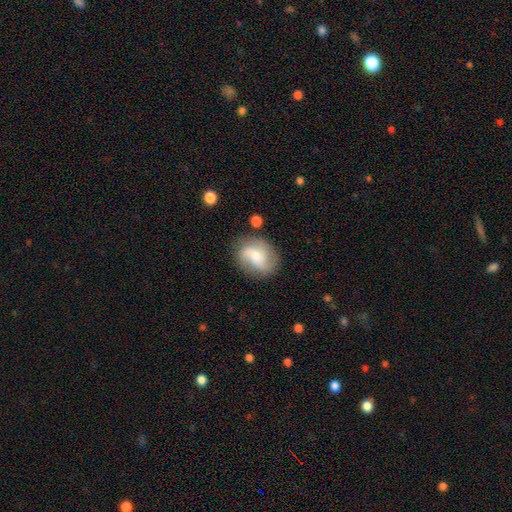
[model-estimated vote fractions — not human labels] A featured or disk galaxy (59%) with no bar (53%), 2 (49%) medium (44%) spiral arms (90%) and a small central bulge (47%).

Vote fractions:
- Smooth or featured? featured or disk: 59% / smooth: 33% / star or artifact: 8%
- Edge-on disk? no: 97% / yes: 3%
- Bar? no: 53% / weak: 38% / strong: 9%
- Spiral arms? yes: 90% / no: 10%
- Spiral winding? medium: 44% / loose: 36% / tight: 21%
- Spiral arm count? 2: 49% / 3: 24% / can't tell: 15% / 1: 5% / 4: 4% / more than 4: 3%
- Bulge size? small: 47% / moderate: 44% / large: 4% / none: 3% / dominant: 1%
- Merging? none: 72% / minor disturbance: 18% / major disturbance: 7% / merger: 3%